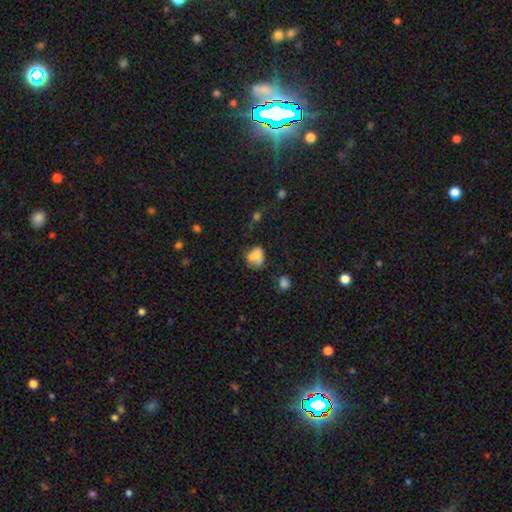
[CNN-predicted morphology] Smooth or featured?
  - smooth: 68% *
  - featured or disk: 20%
  - star or artifact: 12%
How rounded?
  - in between: 56% *
  - round: 42%
  - cigar-shaped: 1%
Merging?
  - none: 34% *
  - merger: 28%
  - minor disturbance: 24%
  - major disturbance: 15%